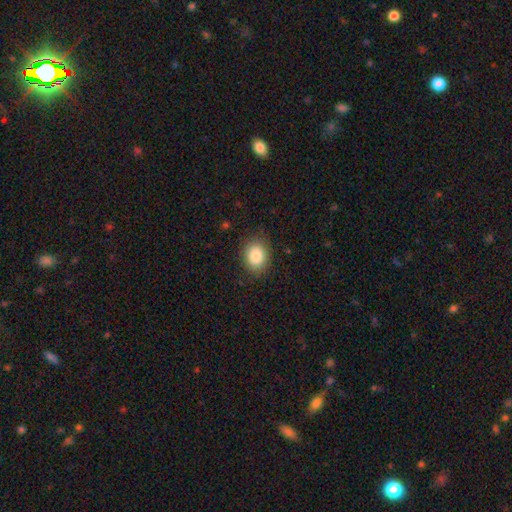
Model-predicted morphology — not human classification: Q: Smooth or featured?
A: smooth (87%); runner-up: star or artifact (8%)
Q: How rounded?
A: in between (55%); runner-up: round (44%)
Q: Merging?
A: none (86%); runner-up: minor disturbance (10%)